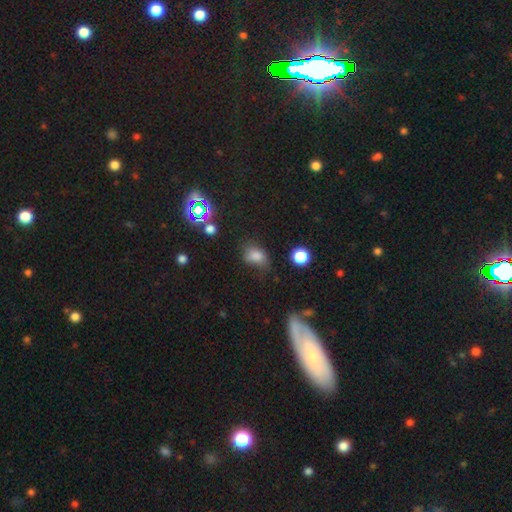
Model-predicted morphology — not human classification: Smooth or featured? smooth (75%)
How rounded? in between (72%)
Merging? none (47%)